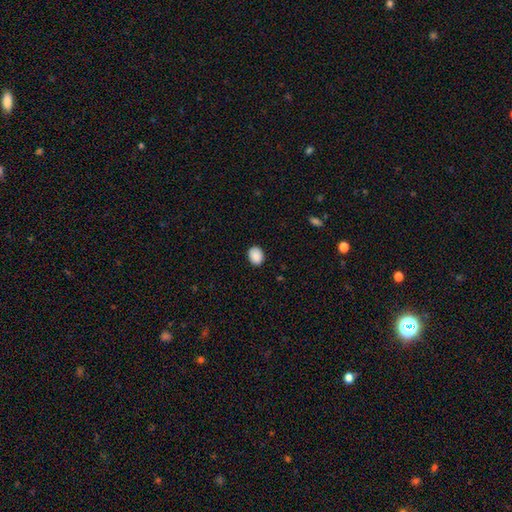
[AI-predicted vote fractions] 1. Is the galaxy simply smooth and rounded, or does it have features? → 89% smooth, 8% star or artifact, 3% featured or disk.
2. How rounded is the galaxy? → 55% in between, 44% round, 1% cigar-shaped.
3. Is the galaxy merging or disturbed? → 88% none, 9% minor disturbance, 2% major disturbance, 1% merger.